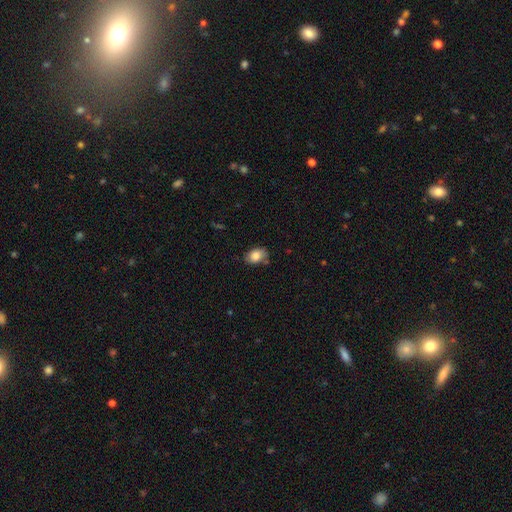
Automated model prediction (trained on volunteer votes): A smooth galaxy with no disk features (83%) that is in between round and cigar-shaped (82%).

Vote fractions:
- Smooth or featured? smooth: 83% / featured or disk: 9% / star or artifact: 8%
- How rounded? in between: 82% / round: 17% / cigar-shaped: 1%
- Merging? none: 73% / minor disturbance: 19% / merger: 4% / major disturbance: 4%